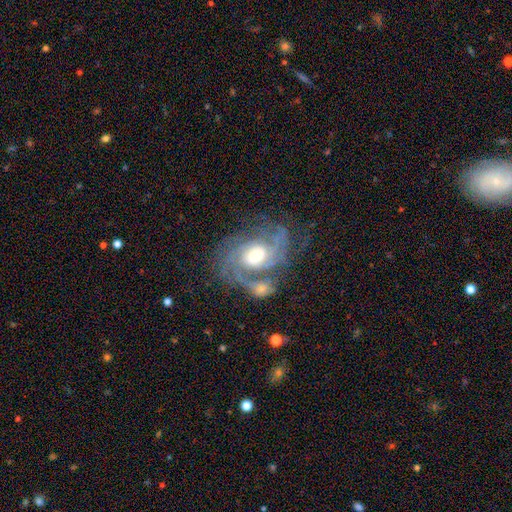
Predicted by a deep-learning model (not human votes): Smooth or featured: featured or disk — 89% (smooth — 6%)
Edge-on disk: no — 97% (yes — 3%)
Bar: no — 63% (weak — 29%)
Spiral arms: yes — 97% (no — 3%)
Spiral winding: tight — 47% (medium — 41%)
Spiral arm count: 3 — 28% (2 — 27%)
Bulge size: moderate — 59% (small — 24%)
Merging: none — 45% (merger — 24%)